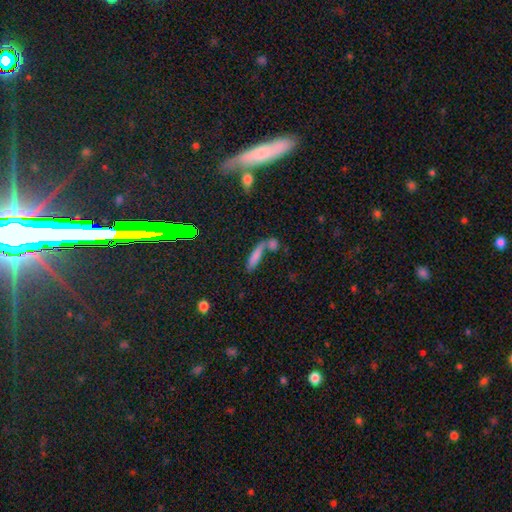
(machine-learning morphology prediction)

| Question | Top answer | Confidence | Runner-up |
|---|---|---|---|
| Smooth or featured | smooth | 74% | featured or disk (14%) |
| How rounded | cigar-shaped | 72% | in between (24%) |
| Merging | none | 44% | merger (40%) |